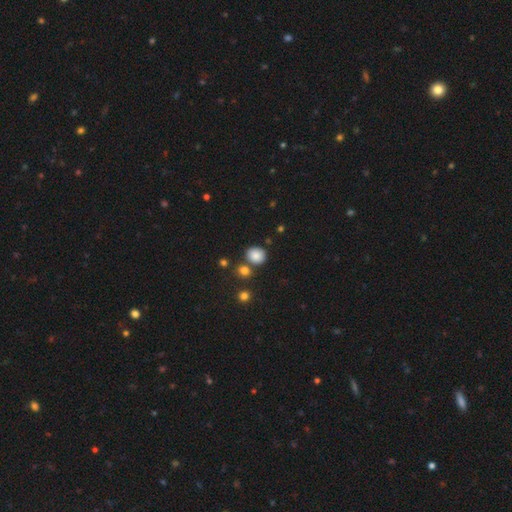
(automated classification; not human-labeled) Smooth or featured?
  - smooth: 85% *
  - star or artifact: 11%
  - featured or disk: 5%
How rounded?
  - round: 70% *
  - in between: 29%
  - cigar-shaped: 1%
Merging?
  - none: 75% *
  - merger: 11%
  - minor disturbance: 11%
  - major disturbance: 3%